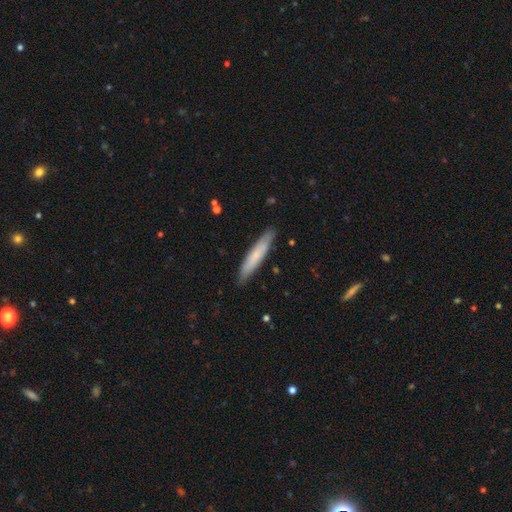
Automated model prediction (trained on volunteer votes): smooth-or-featured: smooth: 69% | featured or disk: 26% | star or artifact: 5%
  how-rounded: cigar-shaped: 91% | in between: 8% | round: 1%
  merging: none: 88% | minor disturbance: 10% | major disturbance: 2% | merger: 1%